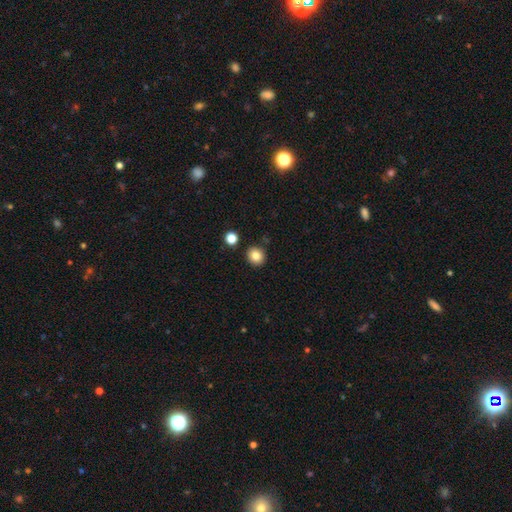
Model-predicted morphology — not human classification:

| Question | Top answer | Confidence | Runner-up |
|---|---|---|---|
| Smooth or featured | smooth | 83% | star or artifact (11%) |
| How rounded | round | 87% | in between (13%) |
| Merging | none | 89% | minor disturbance (6%) |